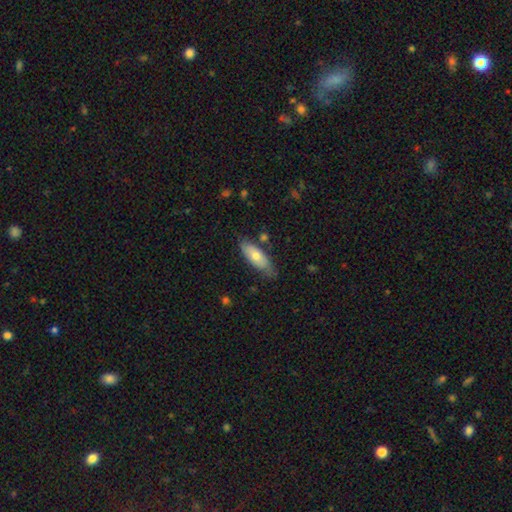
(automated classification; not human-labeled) Smooth or featured?
  - smooth: 66% *
  - featured or disk: 28%
  - star or artifact: 6%
How rounded?
  - in between: 72% *
  - cigar-shaped: 26%
  - round: 2%
Merging?
  - none: 70% *
  - minor disturbance: 22%
  - major disturbance: 4%
  - merger: 4%